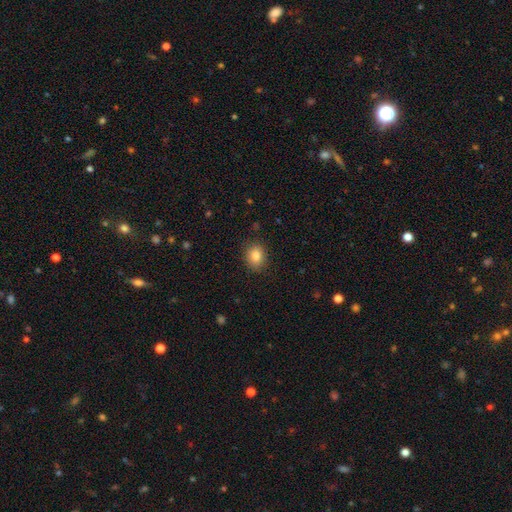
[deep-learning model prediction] Smooth or featured?
  - smooth: 84% *
  - star or artifact: 10%
  - featured or disk: 6%
How rounded?
  - round: 52% *
  - in between: 47%
  - cigar-shaped: 1%
Merging?
  - none: 86% *
  - minor disturbance: 10%
  - major disturbance: 3%
  - merger: 1%